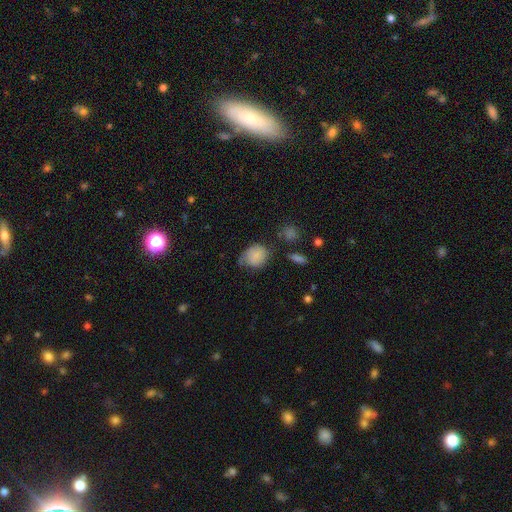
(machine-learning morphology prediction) Overall: smooth (78%). How rounded: round (58%; in between 41%). Merging: none (47%; minor disturbance 36%).